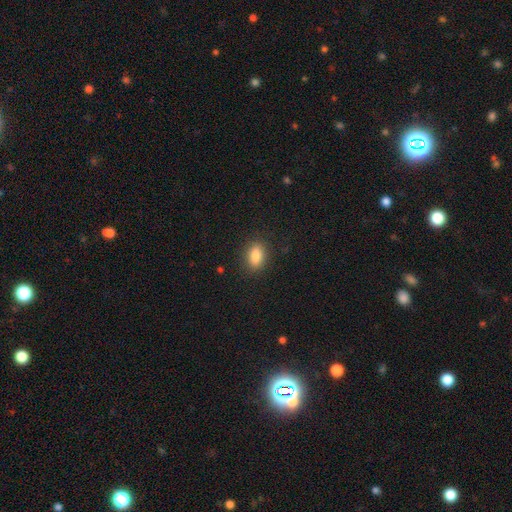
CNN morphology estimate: Overall: smooth (84%). How rounded: in between (82%). Merging: none (87%).